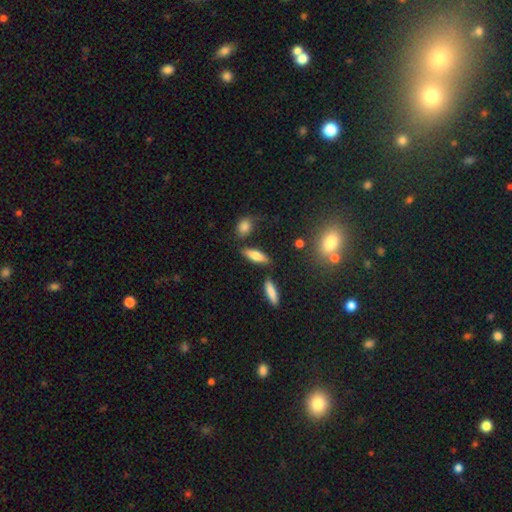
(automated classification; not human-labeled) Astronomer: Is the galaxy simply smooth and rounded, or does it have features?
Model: smooth — 72%.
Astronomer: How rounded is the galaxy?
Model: in between — 54% (runner-up: cigar-shaped, 43%).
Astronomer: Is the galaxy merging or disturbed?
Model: none — 77%.